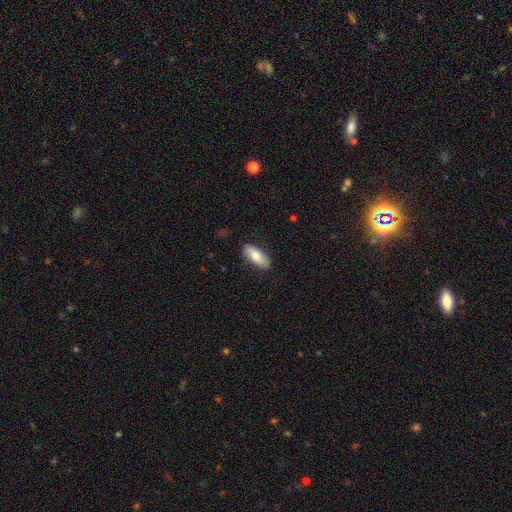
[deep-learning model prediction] This is likely a smooth galaxy (76%). How rounded: clearly in between (81%). Merging: clearly none (83%).